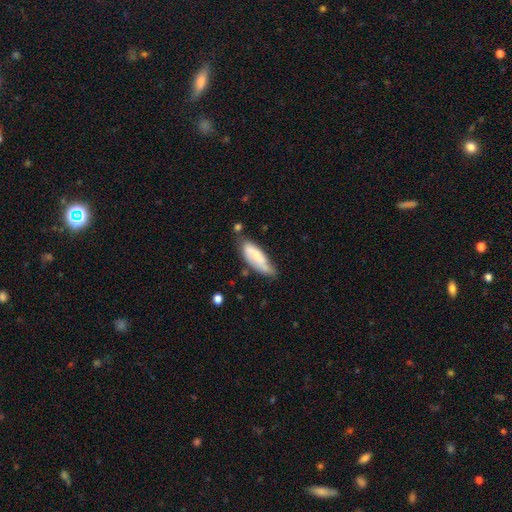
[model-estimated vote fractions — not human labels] The model was most divided on "merging": none: 47%, minor disturbance: 35%, major disturbance: 11%, merger: 7%. More confident: how rounded — in between (65%); smooth or featured — smooth (57%).